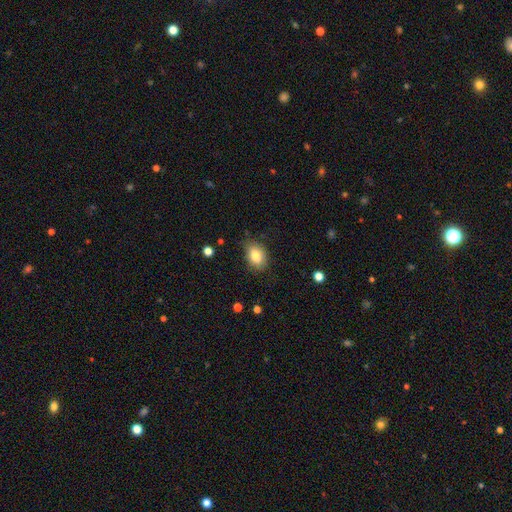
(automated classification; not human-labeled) Smooth or featured? smooth (82%)
How rounded? in between (80%)
Merging? none (73%)